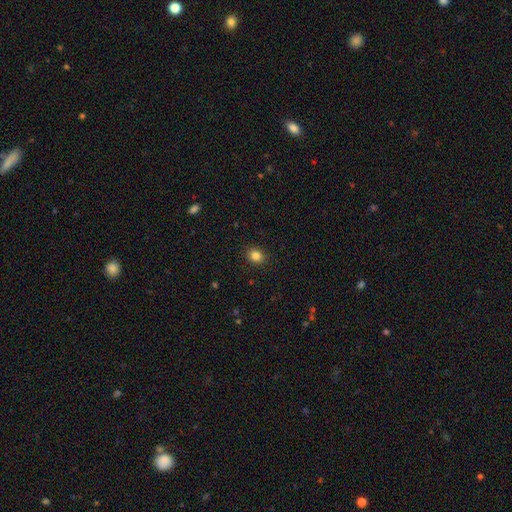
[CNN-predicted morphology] smooth-or-featured: smooth: 84% | star or artifact: 11% | featured or disk: 5%
  how-rounded: round: 60% | in between: 40% | cigar-shaped: 1%
  merging: none: 90% | minor disturbance: 7% | major disturbance: 2% | merger: 1%